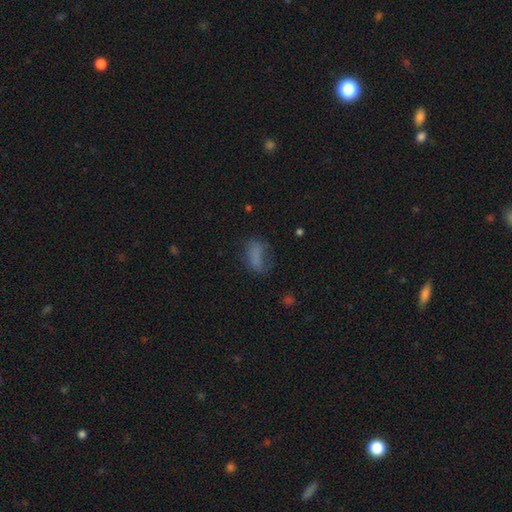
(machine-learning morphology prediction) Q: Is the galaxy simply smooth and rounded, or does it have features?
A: smooth — 66%.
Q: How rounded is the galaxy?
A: in between — 79%.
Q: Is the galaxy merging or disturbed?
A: none — 46%.